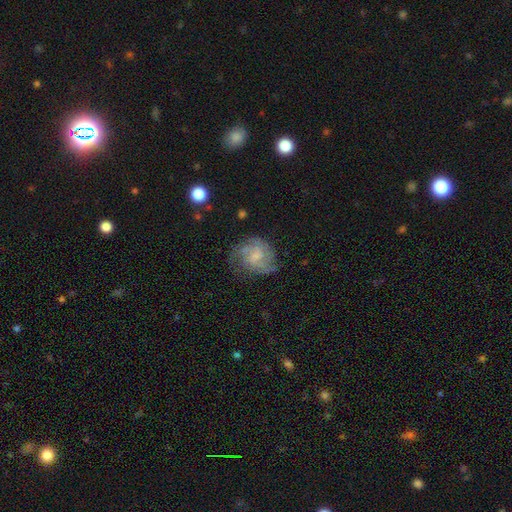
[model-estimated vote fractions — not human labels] The model was most divided on "spiral winding": tight: 44%, medium: 43%, loose: 13%. Remaining: edge-on disk — no (98%); spiral arms — yes (93%); smooth or featured — featured or disk (75%); merging — none (65%); bar — no (53%); bulge size — small (50%); spiral arm count — 2 (40%).